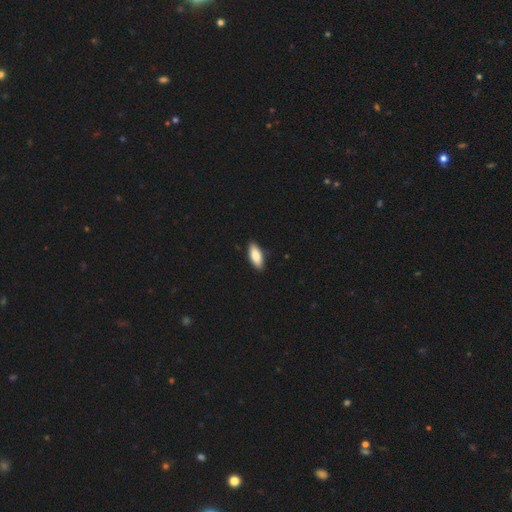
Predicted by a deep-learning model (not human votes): Overall: smooth (84%). How rounded: in between (80%). Merging: none (88%).